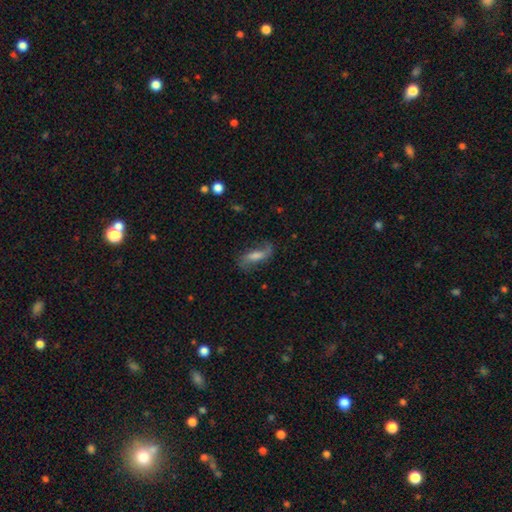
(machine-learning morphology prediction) smooth-or-featured: featured or disk: 60% | smooth: 31% | star or artifact: 9%
  disk-edge-on: no: 85% | yes: 15%
    bar: weak: 43% | no: 33% | strong: 24%
    has-spiral-arms: yes: 88% | no: 12%
    bulge-size: moderate: 40% | small: 25% | large: 17% | none: 15% | dominant: 3%
  merging: none: 68% | minor disturbance: 19% | major disturbance: 10% | merger: 2%